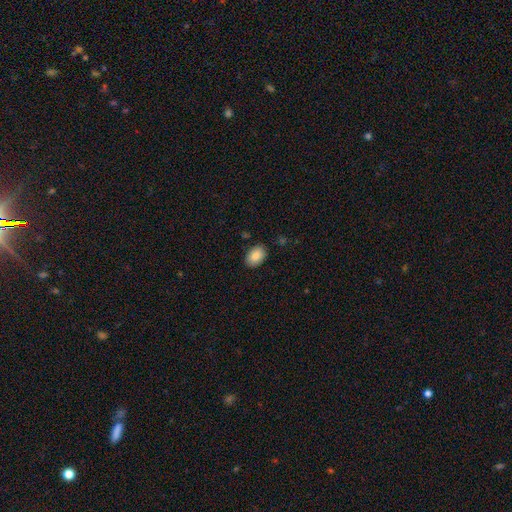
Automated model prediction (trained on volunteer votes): Morphology: type=smooth (86%); roundness=in between (87%); merging=none (87%).